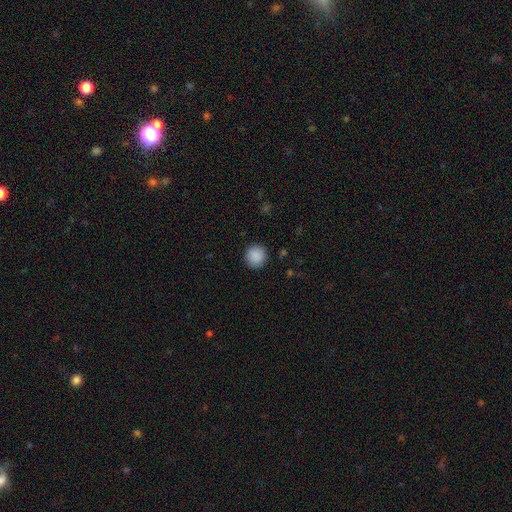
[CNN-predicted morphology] type=smooth (89%); roundness=round (94%); merging=none (91%).